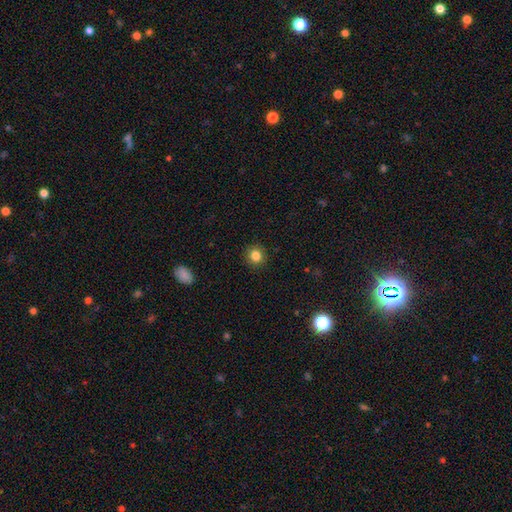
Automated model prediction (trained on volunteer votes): This appears to be a smooth galaxy with no disk features (84%) that is round (87%). Merging: none (90%).